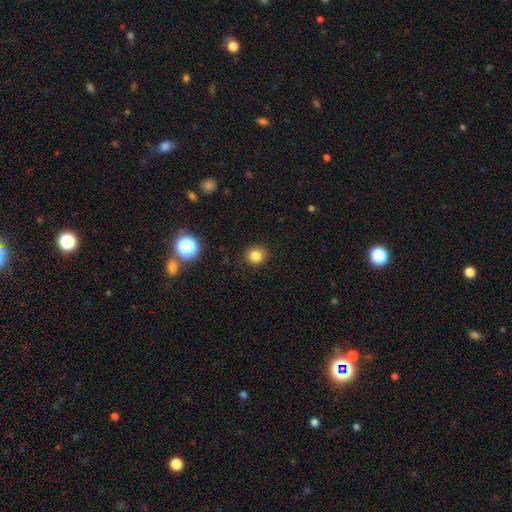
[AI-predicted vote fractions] smooth-or-featured: smooth: 83% | star or artifact: 13% | featured or disk: 5%
  how-rounded: round: 91% | in between: 8% | cigar-shaped: 1%
  merging: none: 90% | minor disturbance: 6% | major disturbance: 2% | merger: 1%